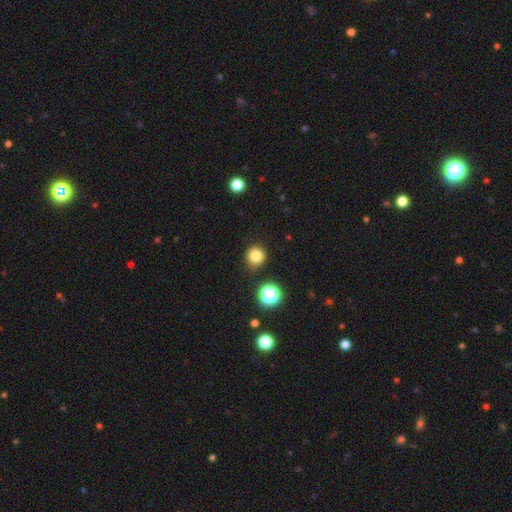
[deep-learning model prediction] smooth-or-featured: smooth: 81% | star or artifact: 14% | featured or disk: 5%
  how-rounded: round: 90% | in between: 9% | cigar-shaped: 1%
  merging: none: 85% | minor disturbance: 10% | major disturbance: 3% | merger: 3%